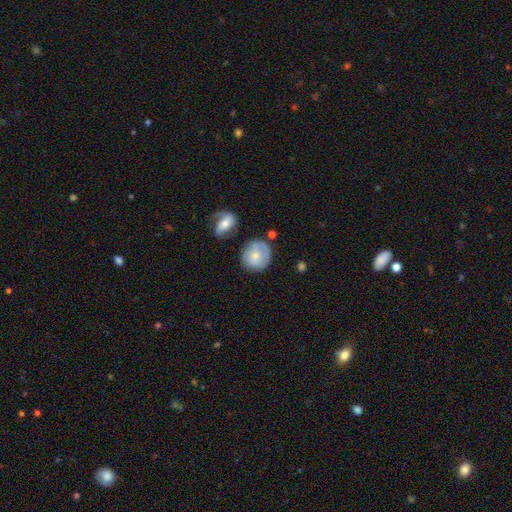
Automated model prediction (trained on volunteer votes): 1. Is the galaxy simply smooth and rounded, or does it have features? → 58% smooth, 35% featured or disk, 7% star or artifact.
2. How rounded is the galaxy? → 84% round, 15% in between, 1% cigar-shaped.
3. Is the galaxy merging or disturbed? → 60% none, 23% minor disturbance, 8% major disturbance, 8% merger.